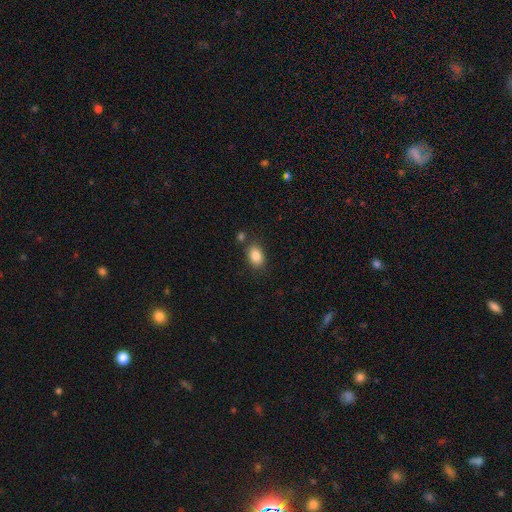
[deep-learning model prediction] Smooth or featured? smooth (86%)
How rounded? in between (83%)
Merging? none (77%)